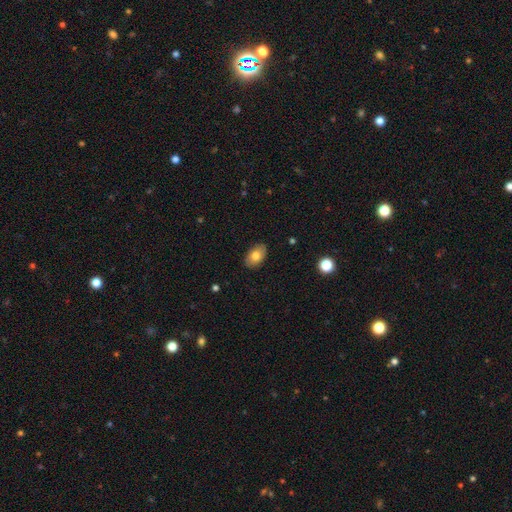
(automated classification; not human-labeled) smooth_or_featured: smooth (p=0.78) [alt: featured or disk p=0.15]
how_rounded: in between (p=0.91) [alt: round p=0.08]
merging: none (p=0.88) [alt: minor disturbance p=0.10]